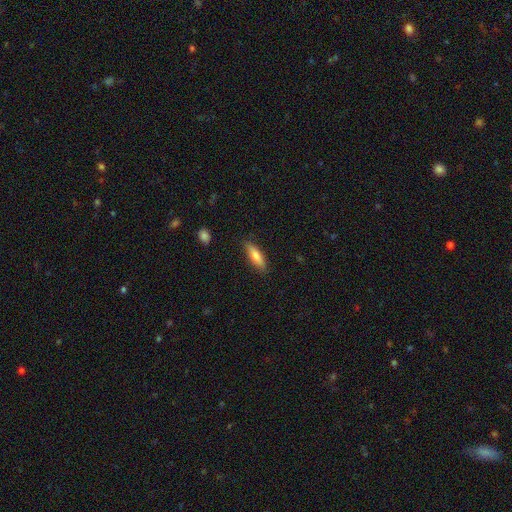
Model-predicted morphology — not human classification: type=smooth (74%); roundness=cigar-shaped (61%); merging=none (86%).